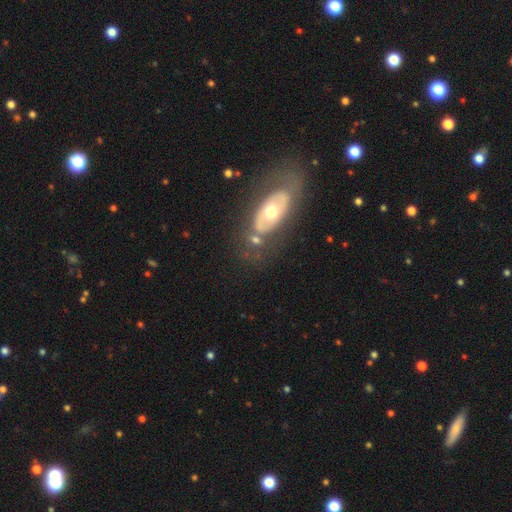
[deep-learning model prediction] Smooth or featured?
  - featured or disk: 69% *
  - smooth: 22%
  - star or artifact: 9%
Edge-on disk?
  - no: 85% *
  - yes: 15%
Bar?
  - no: 70% *
  - weak: 21%
  - strong: 9%
Spiral arms?
  - yes: 60% *
  - no: 40%
Bulge size?
  - moderate: 61% *
  - small: 27%
  - large: 9%
  - dominant: 2%
  - none: 1%
Merging?
  - none: 74% *
  - minor disturbance: 15%
  - major disturbance: 8%
  - merger: 3%